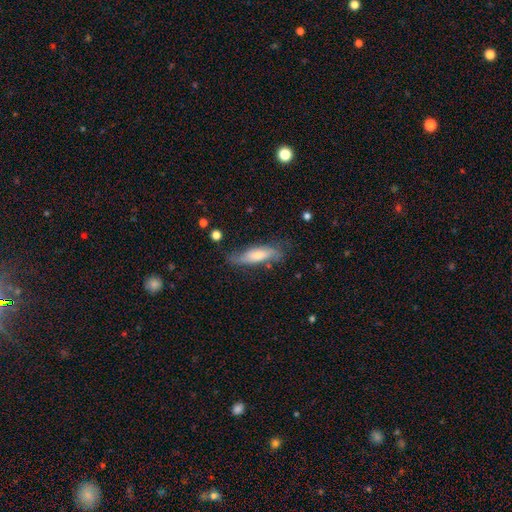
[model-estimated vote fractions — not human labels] Q: Smooth or featured?
A: featured or disk (48%); runner-up: smooth (44%)
Q: Merging?
A: none (69%); runner-up: minor disturbance (22%)